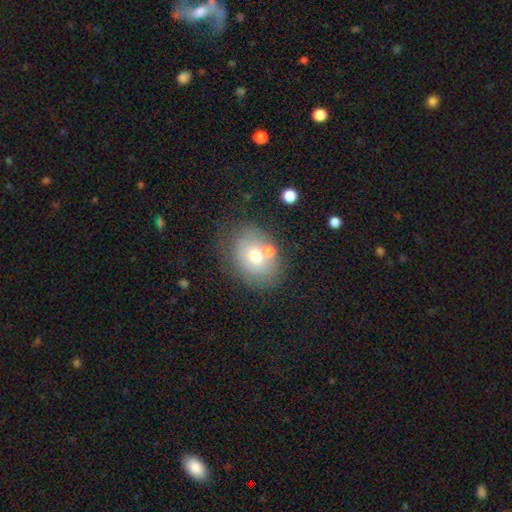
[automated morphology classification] Overall: smooth (65%). How rounded: in between (57%; round 42%). Merging: none (61%).